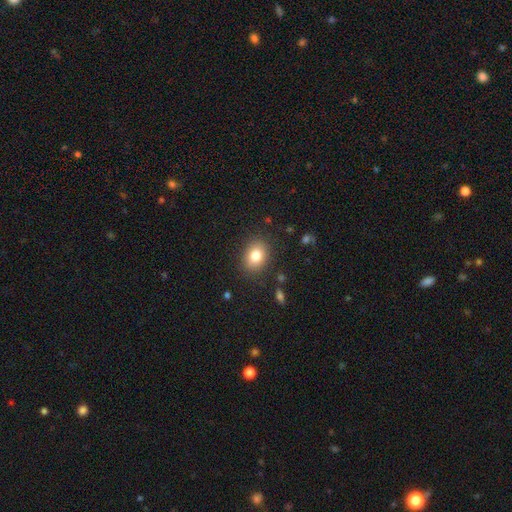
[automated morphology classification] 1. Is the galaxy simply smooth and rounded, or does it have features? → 82% smooth, 9% star or artifact, 9% featured or disk.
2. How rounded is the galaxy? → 61% in between, 38% round, 1% cigar-shaped.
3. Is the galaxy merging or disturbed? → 86% none, 9% minor disturbance, 3% major disturbance, 1% merger.